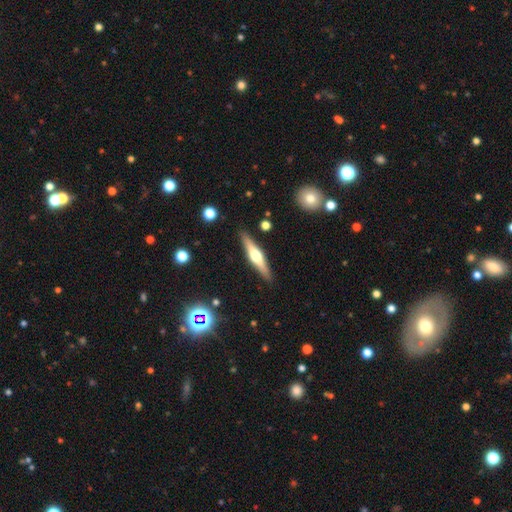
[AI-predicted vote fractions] Smooth or featured? Predicted: featured or disk (p=0.65). Edge-on disk? Predicted: yes (p=0.97). Edge-on bulge? Predicted: rounded (p=0.93). Merging? Predicted: none (p=0.90).